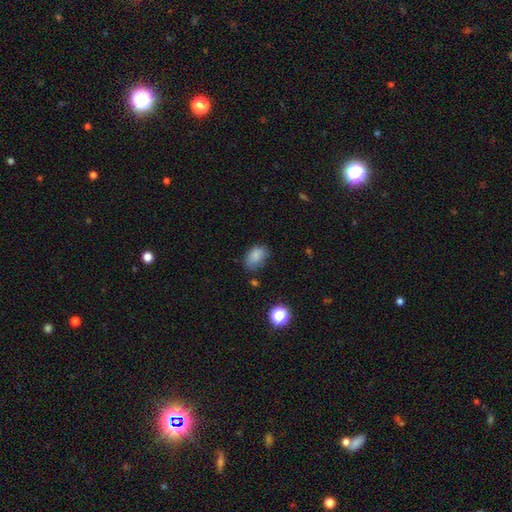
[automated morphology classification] Smooth or featured? Predicted: smooth (p=0.83). How rounded? Predicted: in between (p=0.84). Merging? Predicted: none (p=0.66).